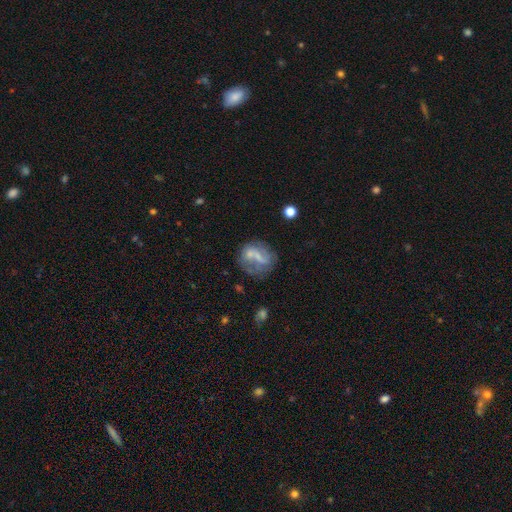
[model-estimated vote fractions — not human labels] The model was most divided on "smooth or featured": featured or disk: 48%, smooth: 41%, star or artifact: 10%. Remaining: merging — none (43%).